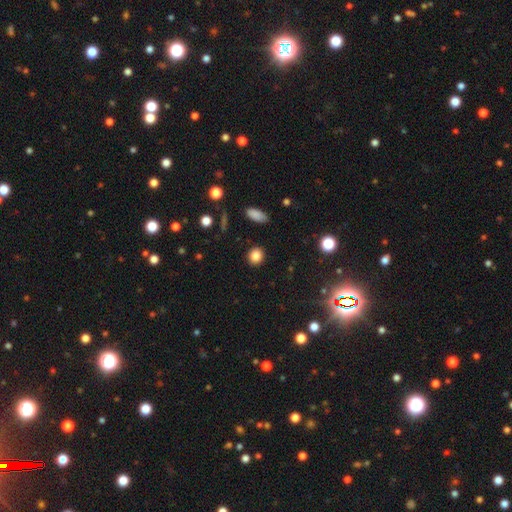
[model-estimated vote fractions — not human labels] Smooth or featured?
  - smooth: 85% *
  - star or artifact: 10%
  - featured or disk: 5%
How rounded?
  - round: 79% *
  - in between: 19%
  - cigar-shaped: 1%
Merging?
  - none: 91% *
  - minor disturbance: 6%
  - major disturbance: 2%
  - merger: 1%